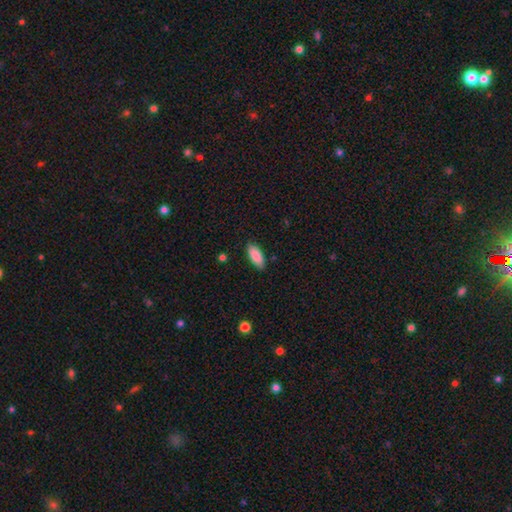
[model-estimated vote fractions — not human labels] This appears to be a smooth galaxy with no disk features (89%) that is in between round and cigar-shaped (82%). Merging: none (86%).